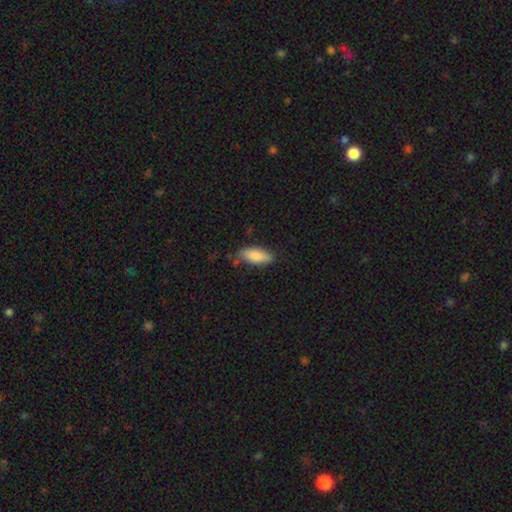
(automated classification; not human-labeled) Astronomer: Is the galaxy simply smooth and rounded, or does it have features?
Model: smooth — 84%.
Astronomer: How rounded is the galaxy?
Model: in between — 74%.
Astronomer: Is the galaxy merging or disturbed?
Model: none — 75%.